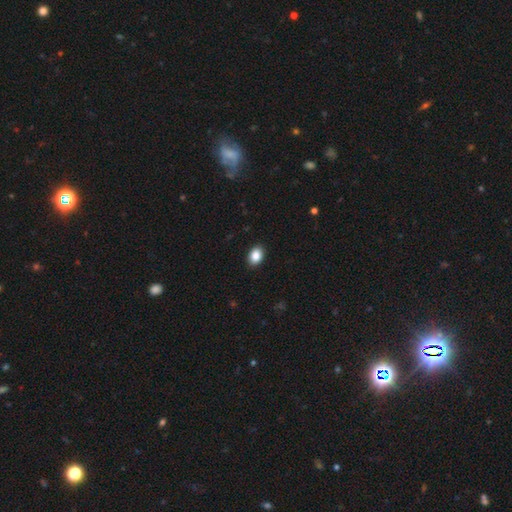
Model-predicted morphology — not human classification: Q: Smooth or featured?
A: smooth (88%); runner-up: star or artifact (8%)
Q: How rounded?
A: in between (77%); runner-up: round (22%)
Q: Merging?
A: none (90%); runner-up: minor disturbance (7%)